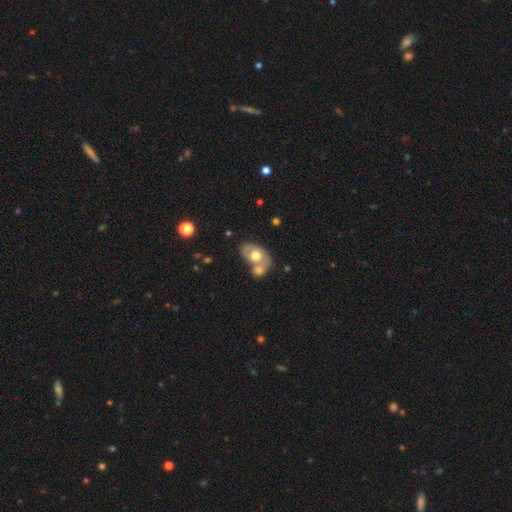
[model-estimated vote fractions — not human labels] Overall: smooth (55%; featured or disk 38%). How rounded: in between (81%). Merging: merger (47%; none 34%).